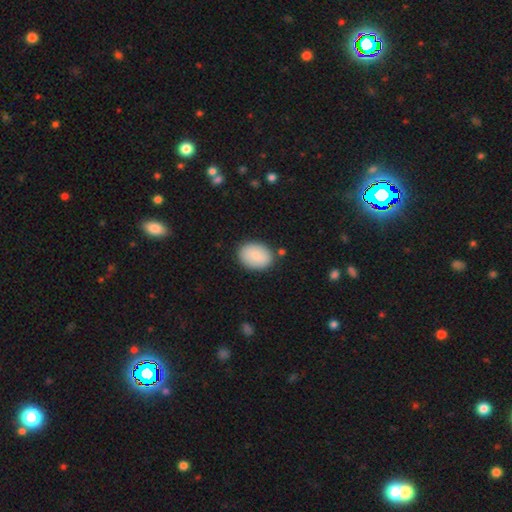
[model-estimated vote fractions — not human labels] Q: Smooth or featured?
A: smooth (88%); runner-up: featured or disk (6%)
Q: How rounded?
A: in between (76%); runner-up: round (23%)
Q: Merging?
A: none (84%); runner-up: minor disturbance (11%)